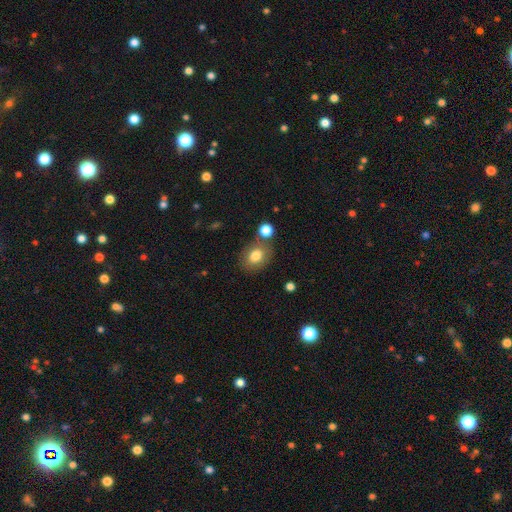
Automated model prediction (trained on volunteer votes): Smooth or featured? smooth (80%)
How rounded? in between (52%)
Merging? none (71%)